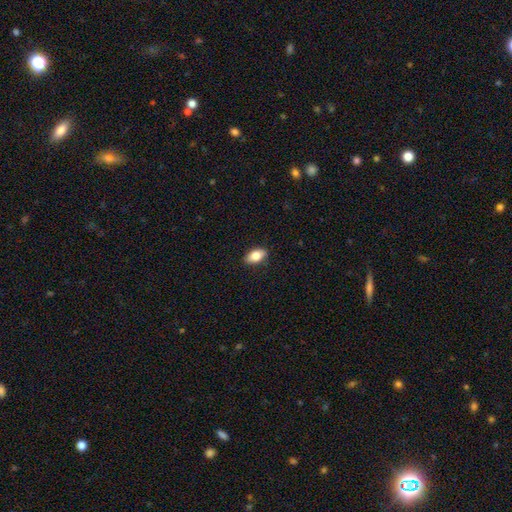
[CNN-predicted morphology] Q: Smooth or featured?
A: smooth (79%); runner-up: featured or disk (14%)
Q: How rounded?
A: in between (89%); runner-up: round (6%)
Q: Merging?
A: none (89%); runner-up: minor disturbance (9%)